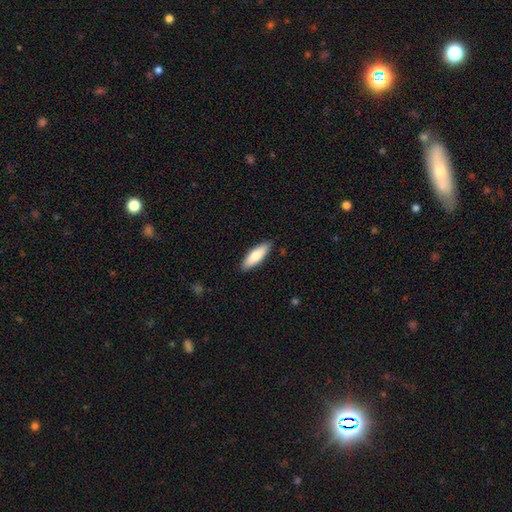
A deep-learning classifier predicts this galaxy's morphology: A smooth galaxy with no disk features (78%) that is in between round and cigar-shaped (55%).

Vote fractions:
- Smooth or featured? smooth: 78% / featured or disk: 16% / star or artifact: 5%
- How rounded? in between: 55% / cigar-shaped: 43% / round: 2%
- Merging? none: 88% / minor disturbance: 9% / major disturbance: 2% / merger: 1%